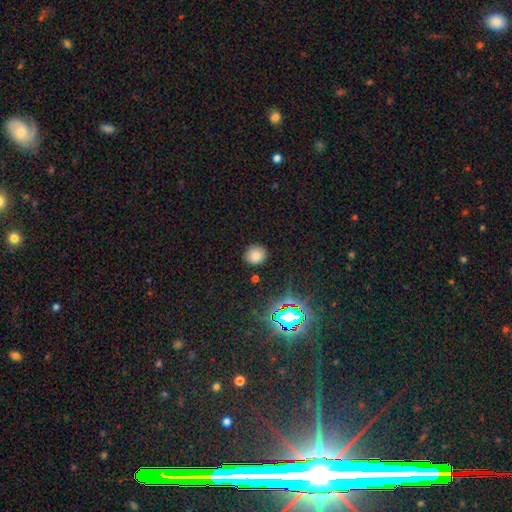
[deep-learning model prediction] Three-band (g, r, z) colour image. It shows a smooth galaxy with no disk features (78%) that is round (84%). Merging: none (88%).